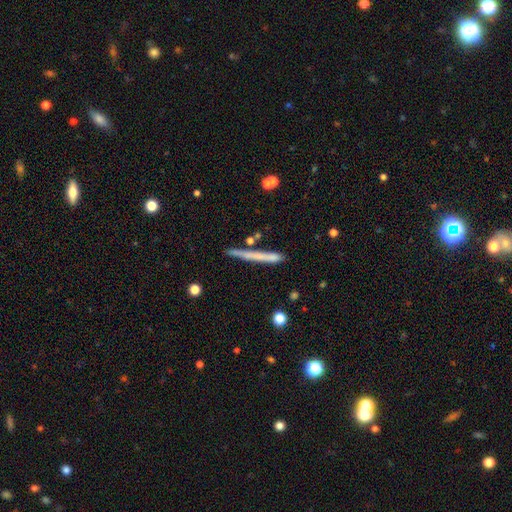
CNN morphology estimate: Smooth or featured: smooth — 56% (featured or disk — 37%)
How rounded: cigar-shaped — 97% (in between — 2%)
Merging: none — 79% (minor disturbance — 13%)